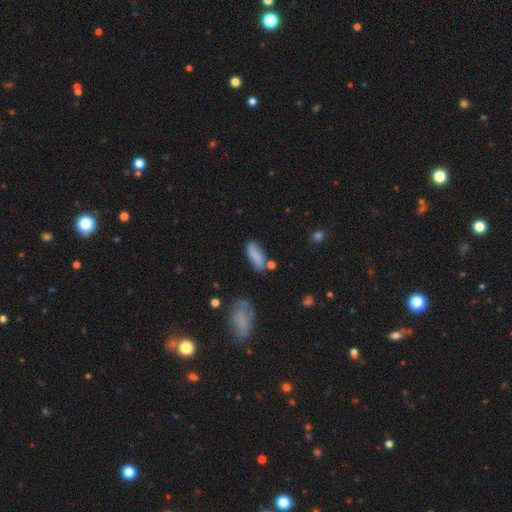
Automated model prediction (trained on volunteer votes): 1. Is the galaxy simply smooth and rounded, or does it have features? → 80% smooth, 12% featured or disk, 8% star or artifact.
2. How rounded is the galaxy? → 66% in between, 32% cigar-shaped, 3% round.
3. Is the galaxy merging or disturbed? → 67% none, 20% minor disturbance, 8% merger, 6% major disturbance.